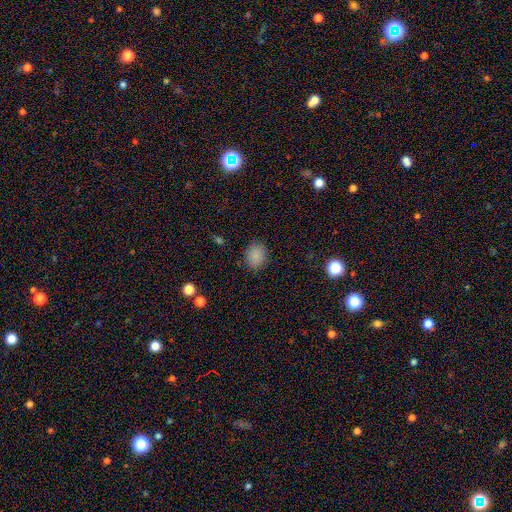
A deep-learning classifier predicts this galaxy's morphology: This is clearly a smooth galaxy (84%). How rounded: possibly round (53%). Merging: clearly none (84%).